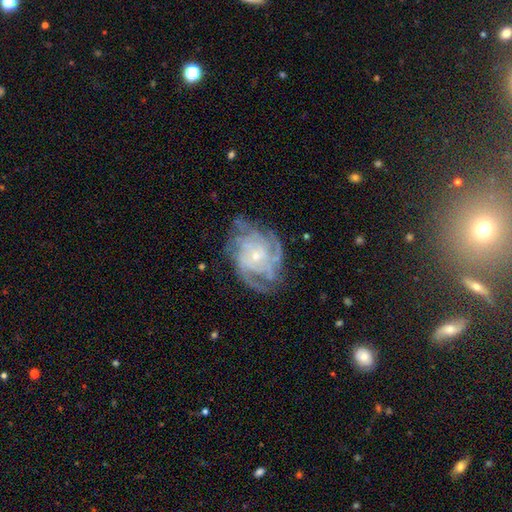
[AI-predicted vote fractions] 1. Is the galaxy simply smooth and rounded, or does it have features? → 85% featured or disk, 8% smooth, 7% star or artifact.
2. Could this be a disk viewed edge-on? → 97% no, 3% yes.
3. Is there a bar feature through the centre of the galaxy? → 75% no, 20% weak, 5% strong.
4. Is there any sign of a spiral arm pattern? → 94% yes, 6% no.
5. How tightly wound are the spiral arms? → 62% tight, 30% medium, 8% loose.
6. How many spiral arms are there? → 31% can't tell, 23% 4, 18% 3, 11% more than 4, 11% 2, 6% 1.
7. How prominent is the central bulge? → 77% small, 19% moderate, 2% none, 1% large, 1% dominant.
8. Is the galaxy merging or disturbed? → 67% none, 20% minor disturbance, 12% major disturbance, 2% merger.